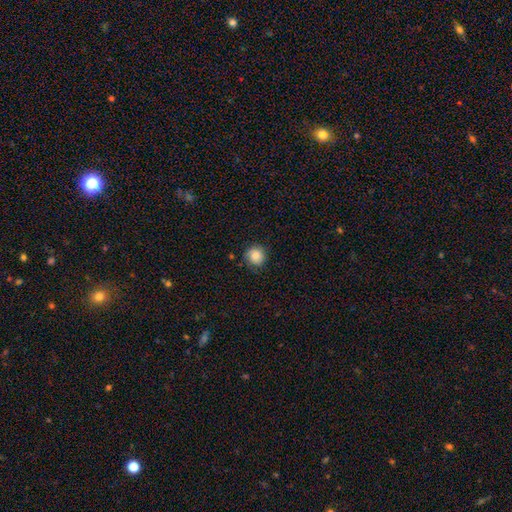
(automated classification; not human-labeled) Q: Smooth or featured?
A: smooth (82%); runner-up: star or artifact (9%)
Q: How rounded?
A: round (90%); runner-up: in between (10%)
Q: Merging?
A: none (77%); runner-up: minor disturbance (17%)